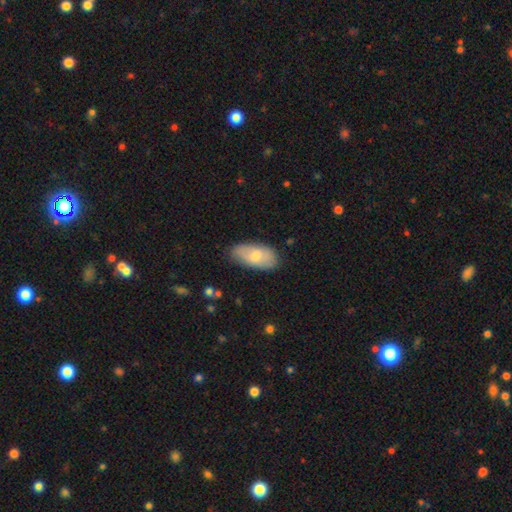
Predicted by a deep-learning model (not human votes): smooth_or_featured: smooth (p=0.73) [alt: featured or disk p=0.21]
how_rounded: in between (p=0.92) [alt: cigar-shaped p=0.05]
merging: none (p=0.76) [alt: minor disturbance p=0.19]